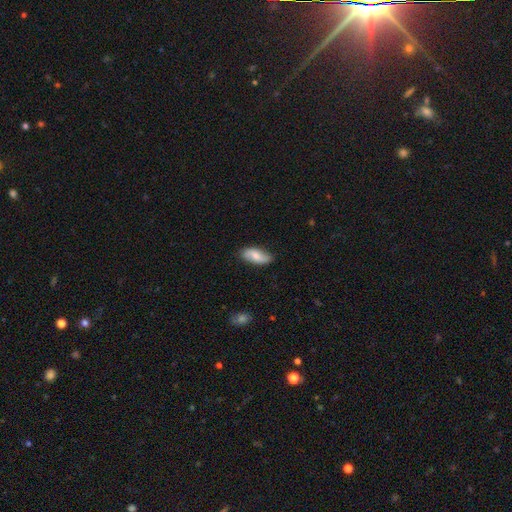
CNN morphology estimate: smooth 57%, featured or disk 37%, star or artifact 6%. Down the decision tree: how rounded — in between (87%); merging — none (81%).